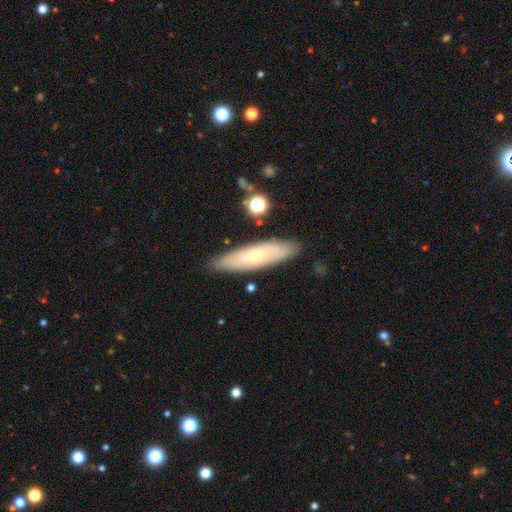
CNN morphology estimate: Overall: featured or disk (48%; smooth 46%). Merging: none (86%).